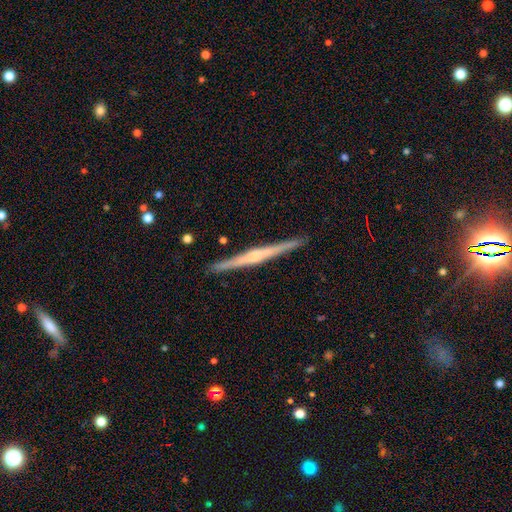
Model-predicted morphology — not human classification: featured or disk 76%, smooth 19%, star or artifact 5%. Down the decision tree: edge-on disk — yes (99%); edge-on bulge — rounded (54%); merging — none (92%).